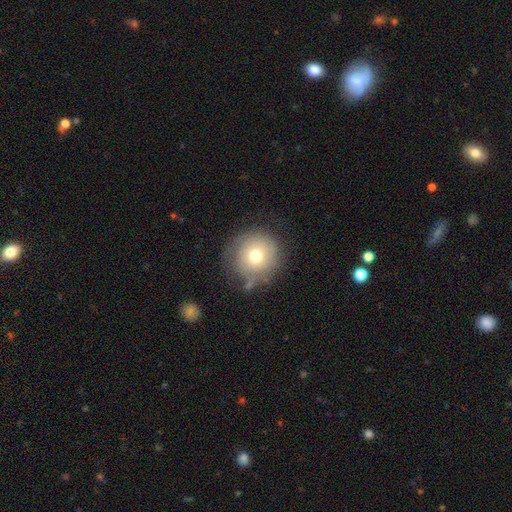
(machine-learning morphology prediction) A smooth galaxy with no disk features (65%) that is round (94%). Merging: none (68%).